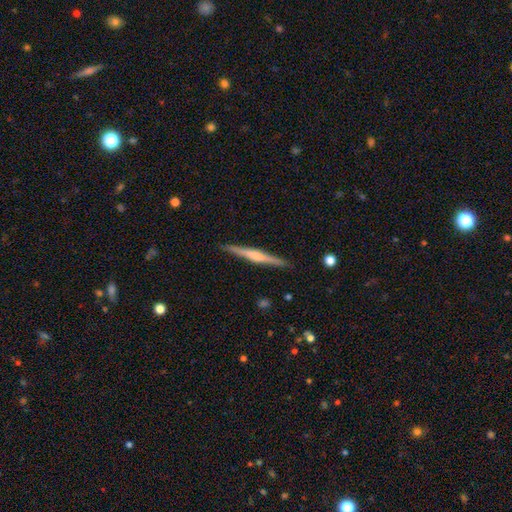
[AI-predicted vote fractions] featured or disk 67%, smooth 28%, star or artifact 5%. Down the decision tree: edge-on disk — yes (98%); edge-on bulge — rounded (65%); merging — none (91%).